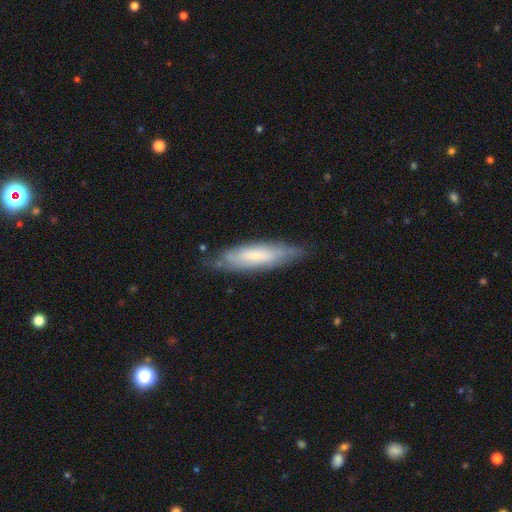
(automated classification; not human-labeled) Morphology: type=smooth (49%); merging=none (72%).